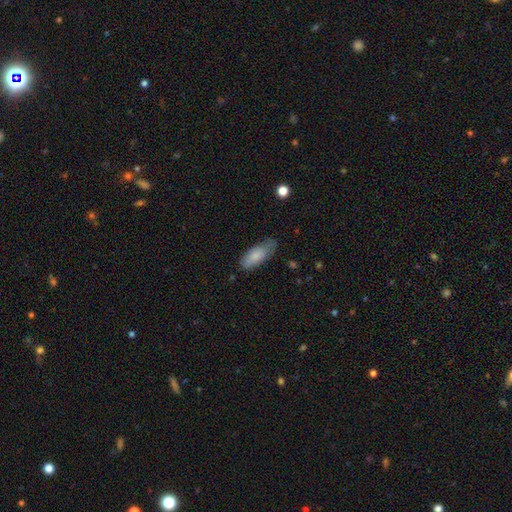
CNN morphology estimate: Smooth or featured: smooth — 80% (featured or disk — 15%)
How rounded: in between — 79% (cigar-shaped — 19%)
Merging: none — 58% (minor disturbance — 32%)